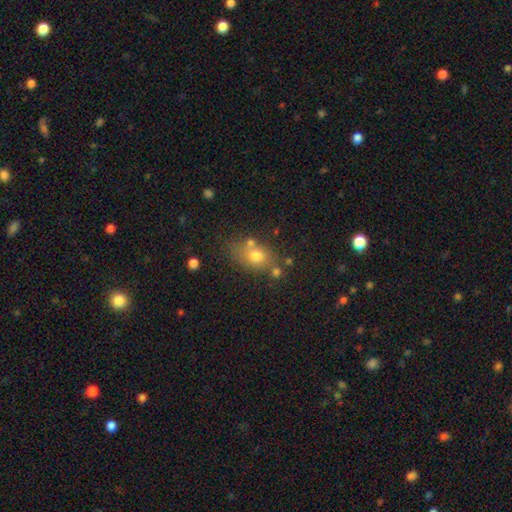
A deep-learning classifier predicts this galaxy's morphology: Overall: smooth (72%). How rounded: in between (62%; round 35%). Merging: none (59%).